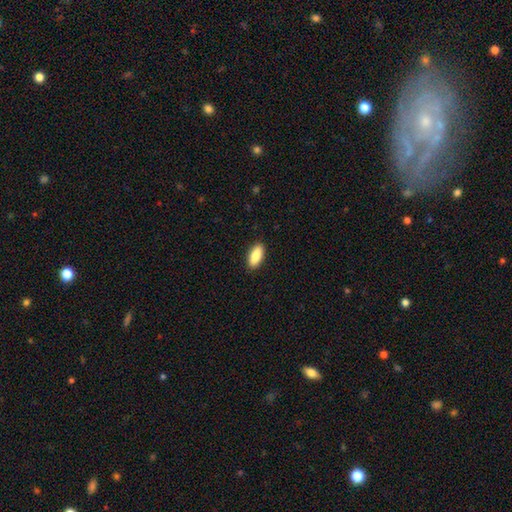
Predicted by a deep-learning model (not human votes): Smooth or featured? Predicted: smooth (p=0.88). How rounded? Predicted: in between (p=0.81). Merging? Predicted: none (p=0.89).